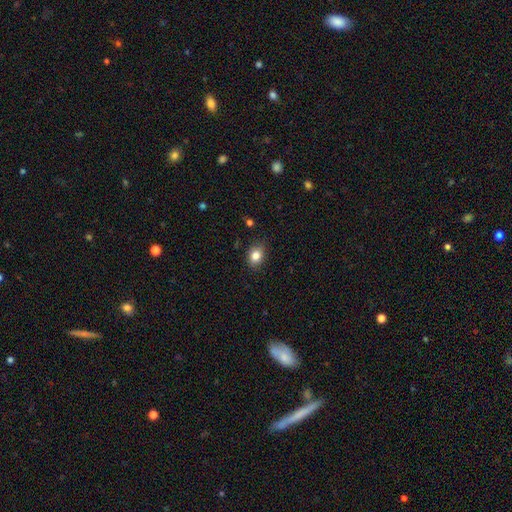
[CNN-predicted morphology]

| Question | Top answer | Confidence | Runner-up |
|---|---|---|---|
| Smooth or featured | smooth | 83% | star or artifact (10%) |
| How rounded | in between | 59% | round (40%) |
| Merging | none | 84% | minor disturbance (12%) |